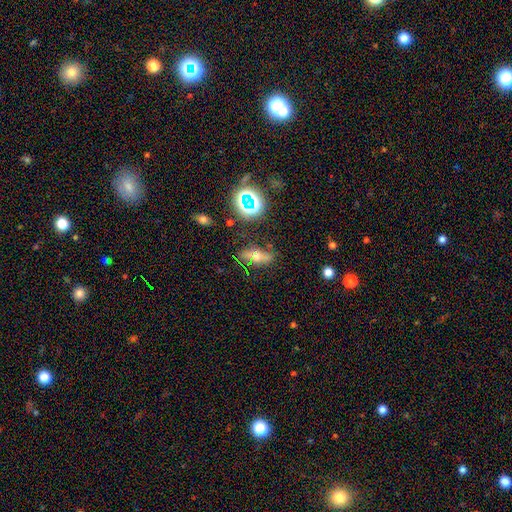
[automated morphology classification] Overall: smooth (46%; featured or disk 28%). Merging: none (70%).